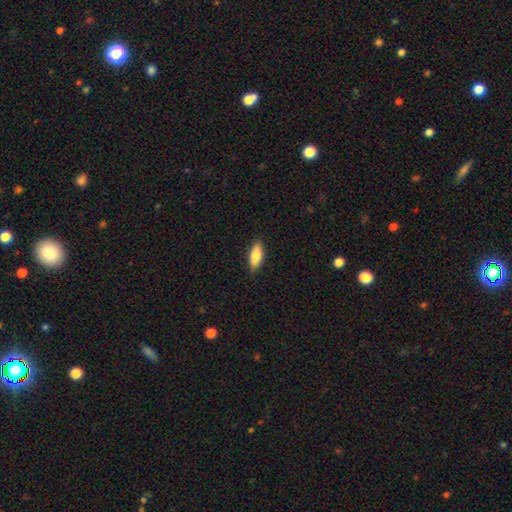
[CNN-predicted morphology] A smooth galaxy with no disk features (84%) that is in between round and cigar-shaped (71%).

Vote fractions:
- Smooth or featured? smooth: 84% / featured or disk: 10% / star or artifact: 6%
- How rounded? in between: 71% / cigar-shaped: 27% / round: 2%
- Merging? none: 87% / minor disturbance: 10% / major disturbance: 2% / merger: 1%